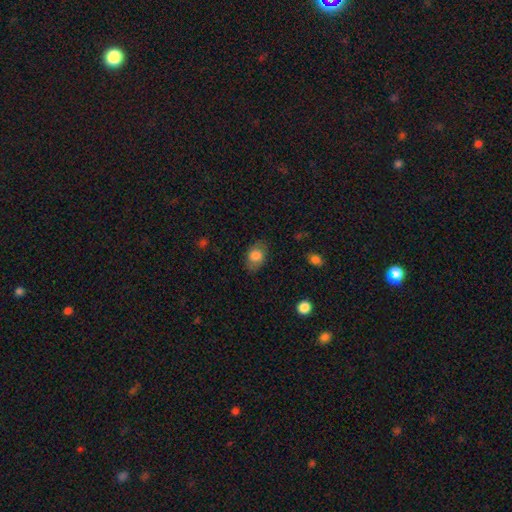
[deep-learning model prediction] Q: Smooth or featured?
A: smooth (78%); runner-up: featured or disk (14%)
Q: How rounded?
A: in between (79%); runner-up: round (20%)
Q: Merging?
A: none (77%); runner-up: minor disturbance (16%)